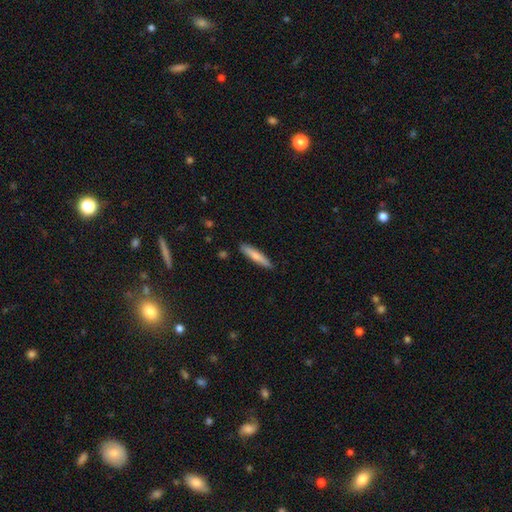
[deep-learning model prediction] Smooth or featured? Predicted: smooth (p=0.74). How rounded? Predicted: cigar-shaped (p=0.89). Merging? Predicted: none (p=0.88).